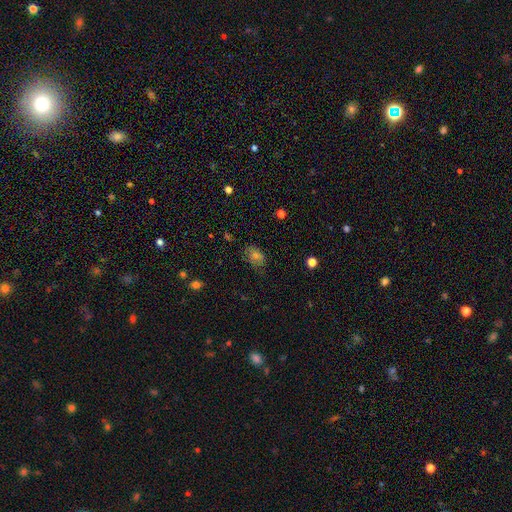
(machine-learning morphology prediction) smooth 62%, star or artifact 19%, featured or disk 19%. Down the decision tree: how rounded — in between (77%); merging — none (69%).